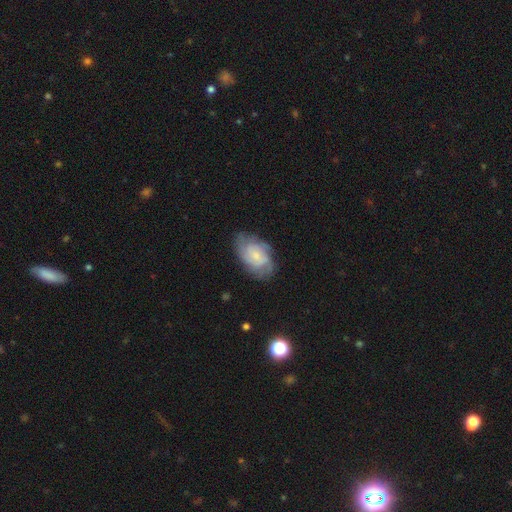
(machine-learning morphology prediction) type=featured or disk (61%); edge-on=no (96%); bar=no (72%); spiral arms=yes (86%); winding=tight (46%); arm count=can't tell (42%); bulge=small (62%); merging=none (67%).